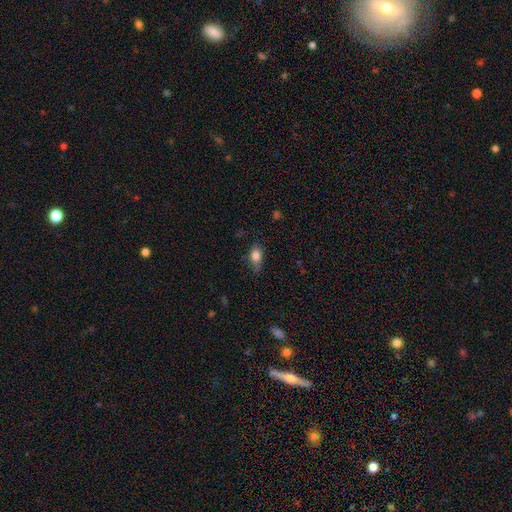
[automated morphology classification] Smooth or featured? Predicted: smooth (p=0.82). How rounded? Predicted: in between (p=0.80). Merging? Predicted: none (p=0.66).